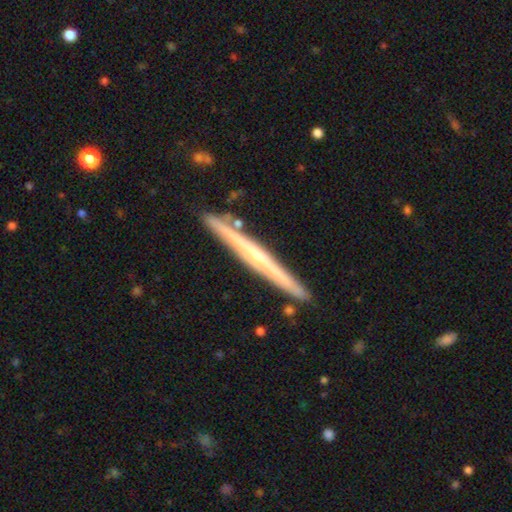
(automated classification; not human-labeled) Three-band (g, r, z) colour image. It shows a featured or disk galaxy (72%) viewed edge-on (98%) with a rounded central bulge (55%). Merging: none (88%).